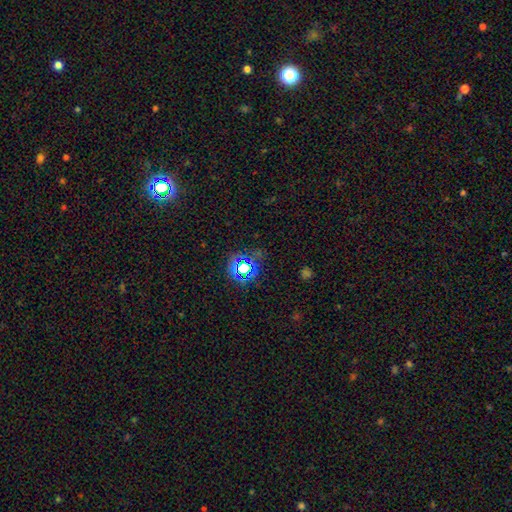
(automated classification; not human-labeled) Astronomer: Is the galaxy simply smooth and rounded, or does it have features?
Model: star or artifact — 71%.